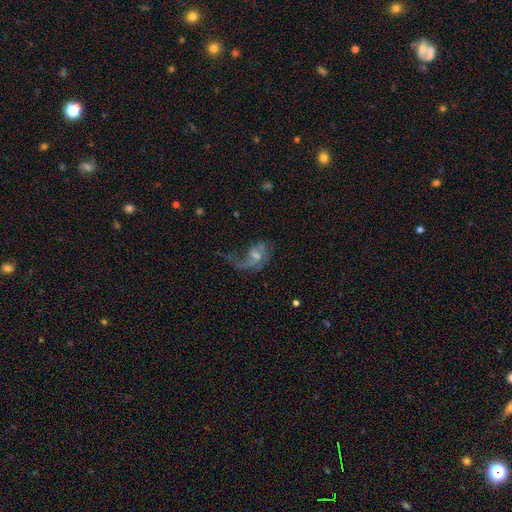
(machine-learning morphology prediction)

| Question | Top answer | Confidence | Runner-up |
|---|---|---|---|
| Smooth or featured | featured or disk | 75% | smooth (17%) |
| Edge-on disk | no | 97% | yes (3%) |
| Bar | weak | 48% | no (42%) |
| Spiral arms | yes | 86% | no (14%) |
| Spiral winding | loose | 69% | medium (25%) |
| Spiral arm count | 1 | 50% | 2 (38%) |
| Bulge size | small | 43% | moderate (34%) |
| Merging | major disturbance | 49% | none (30%) |